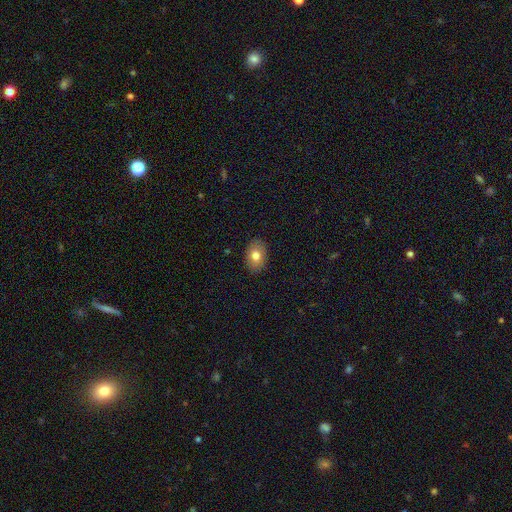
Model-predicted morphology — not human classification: Smooth or featured? Predicted: smooth (p=0.77). How rounded? Predicted: in between (p=0.82). Merging? Predicted: none (p=0.89).